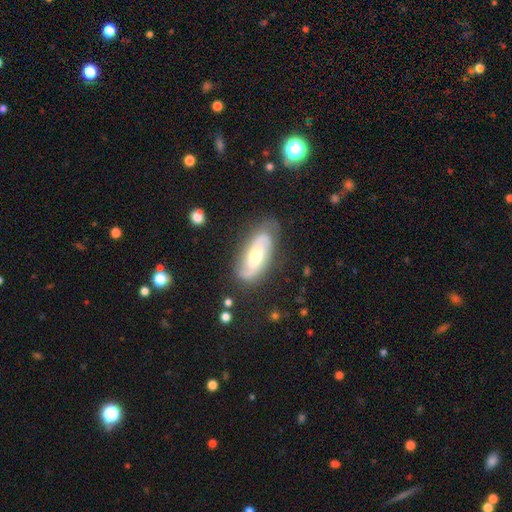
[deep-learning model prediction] featured or disk 73%, smooth 22%, star or artifact 6%. Down the decision tree: edge-on disk — no (91%); bar — no (47%); spiral arms — yes (90%); spiral arm count — 2 (84%); spiral winding — medium (42%); bulge size — moderate (66%); merging — none (73%).